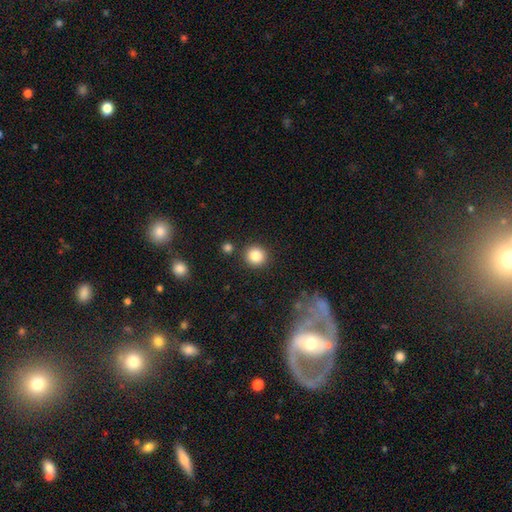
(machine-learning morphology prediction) type=smooth (85%); roundness=round (91%); merging=none (87%).